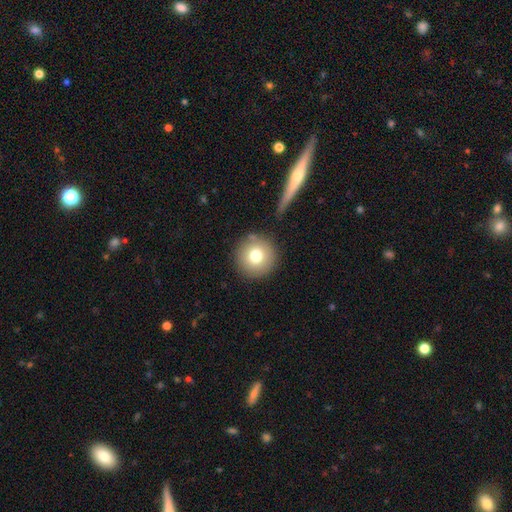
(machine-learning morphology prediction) This appears to be a smooth galaxy with no disk features (75%) that is round (95%). Merging: none (84%).